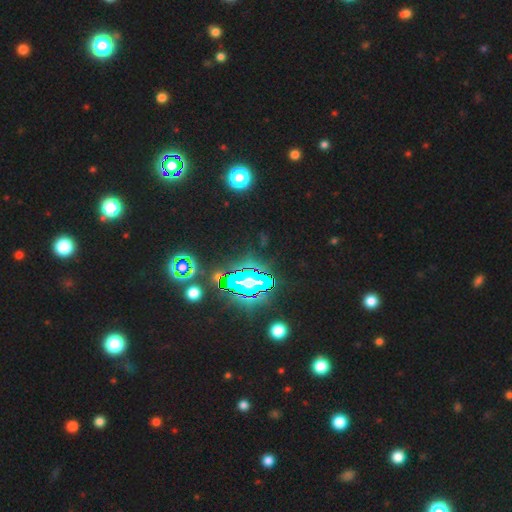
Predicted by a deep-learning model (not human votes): A star or artifact, not a galaxy (82%).